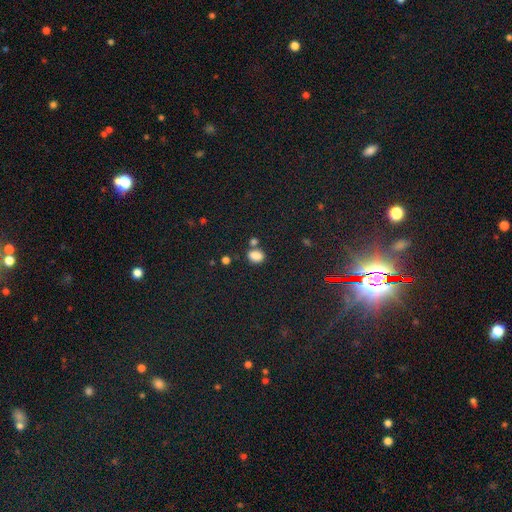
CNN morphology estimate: smooth_or_featured: smooth (p=0.83) [alt: star or artifact p=0.12]
how_rounded: in between (p=0.65) [alt: round p=0.34]
merging: none (p=0.64) [alt: merger p=0.18]